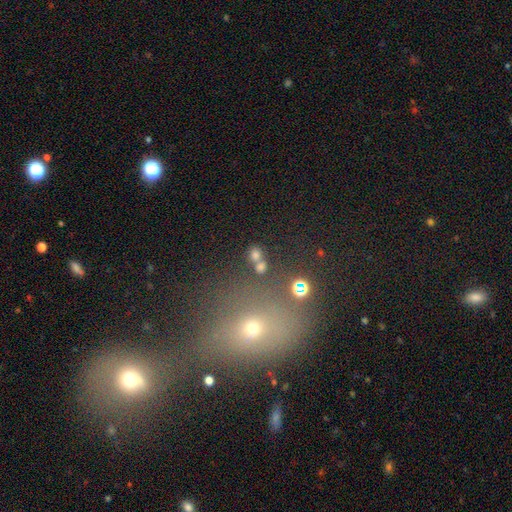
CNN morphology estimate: type=smooth (63%); roundness=round (65%); merging=none (61%).